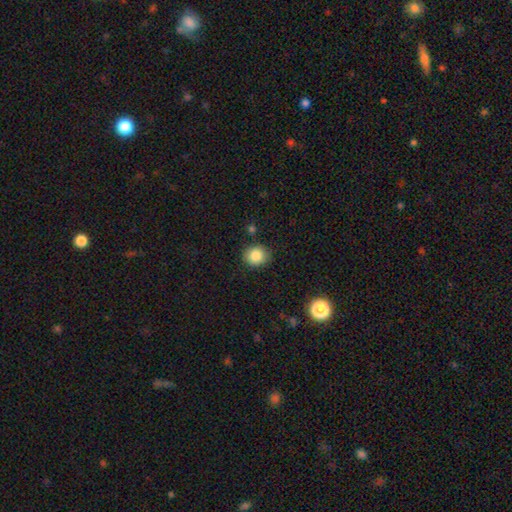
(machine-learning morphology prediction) A smooth galaxy with no disk features (85%) that is round (73%).

Vote fractions:
- Smooth or featured? smooth: 85% / star or artifact: 10% / featured or disk: 6%
- How rounded? round: 73% / in between: 26% / cigar-shaped: 1%
- Merging? none: 85% / minor disturbance: 10% / major disturbance: 2% / merger: 2%